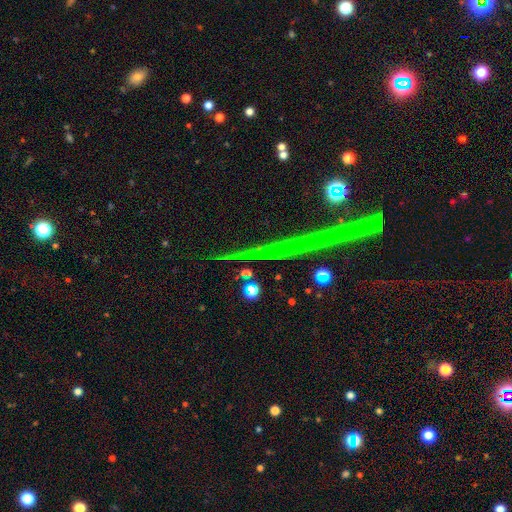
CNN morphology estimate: Smooth or featured?
  - featured or disk: 45% *
  - star or artifact: 40%
  - smooth: 16%
Merging?
  - none: 90% *
  - minor disturbance: 5%
  - merger: 3%
  - major disturbance: 2%